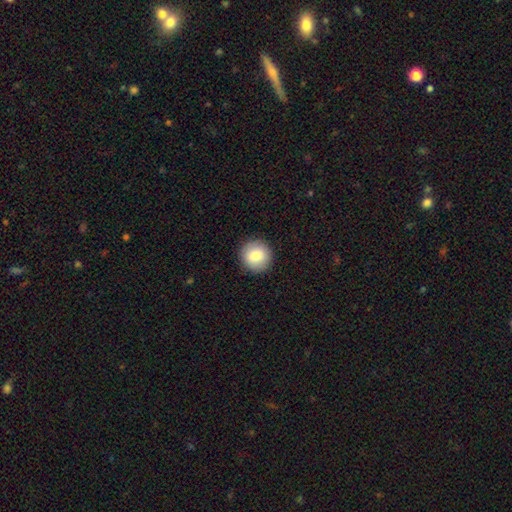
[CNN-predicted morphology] This is clearly a smooth galaxy (85%). How rounded: clearly round (94%). Merging: clearly none (92%).